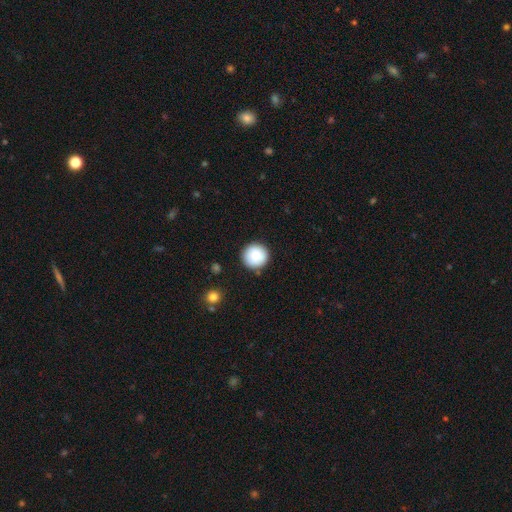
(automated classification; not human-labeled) smooth_or_featured: smooth (p=0.81) [alt: featured or disk p=0.11]
how_rounded: round (p=0.96) [alt: in between p=0.03]
merging: none (p=0.89) [alt: minor disturbance p=0.08]